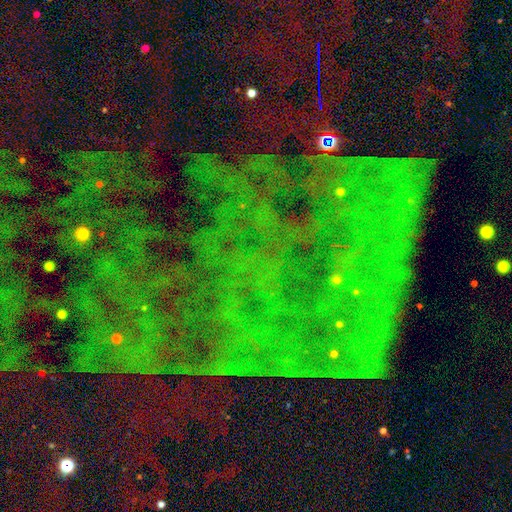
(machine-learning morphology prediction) Q: Smooth or featured?
A: star or artifact (84%); runner-up: featured or disk (8%)